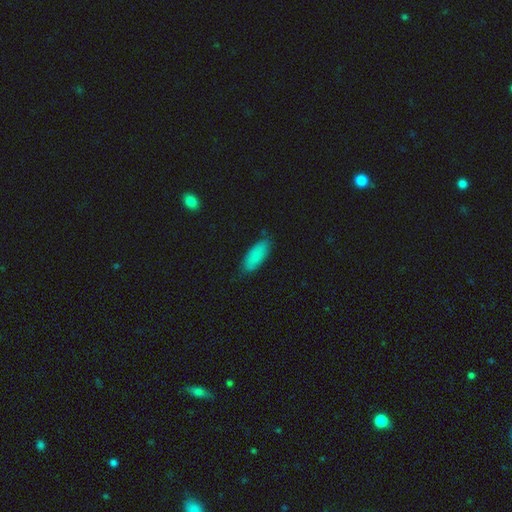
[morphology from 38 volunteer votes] Smooth or featured? smooth (79%)
How rounded? in between (80%)
Merging? none (60%)